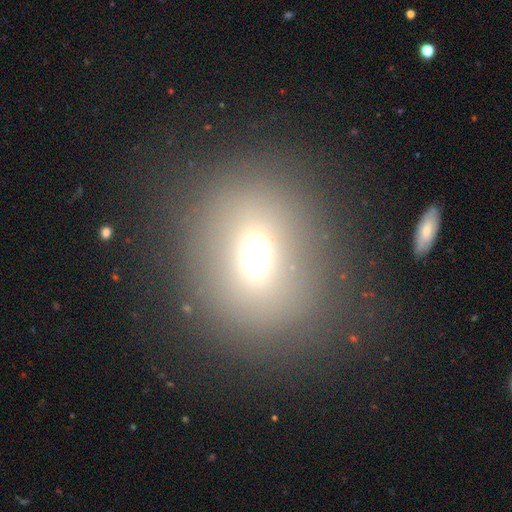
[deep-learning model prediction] A smooth galaxy with no disk features (65%) that is round (66%). Merging: none (79%).